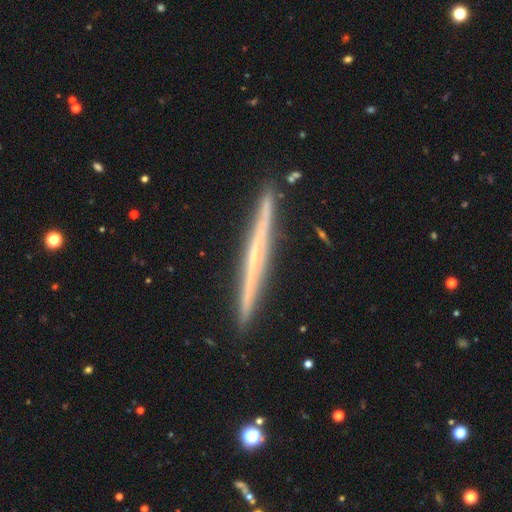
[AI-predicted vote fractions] smooth-or-featured: featured or disk: 69% | smooth: 25% | star or artifact: 6%
  disk-edge-on: yes: 98% | no: 2%
    edge-on-bulge: none: 82% | rounded: 13% | boxy: 5%
  merging: none: 92% | minor disturbance: 6% | merger: 1% | major disturbance: 1%